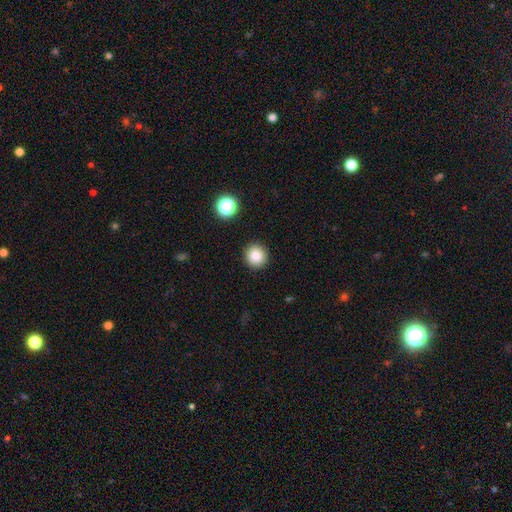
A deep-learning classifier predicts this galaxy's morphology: Q: Smooth or featured?
A: smooth (84%); runner-up: star or artifact (11%)
Q: How rounded?
A: round (94%); runner-up: in between (5%)
Q: Merging?
A: none (91%); runner-up: minor disturbance (6%)